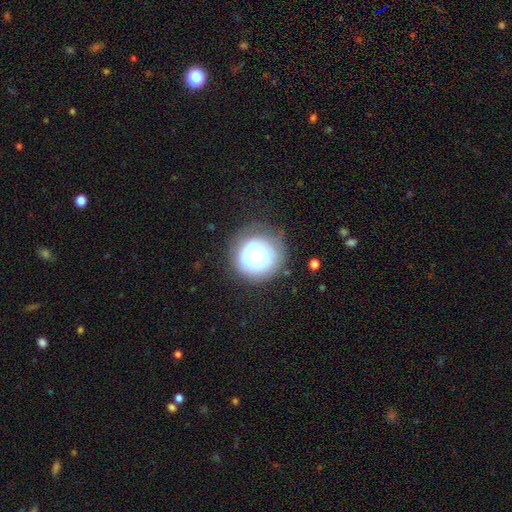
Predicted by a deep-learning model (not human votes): Overall: featured or disk (62%; smooth 31%). Edge-on disk: no (97%). Bar: no (70%). Spiral arms: yes (51%; no 49%). Bulge size: small (53%; moderate 37%). Merging: none (67%).